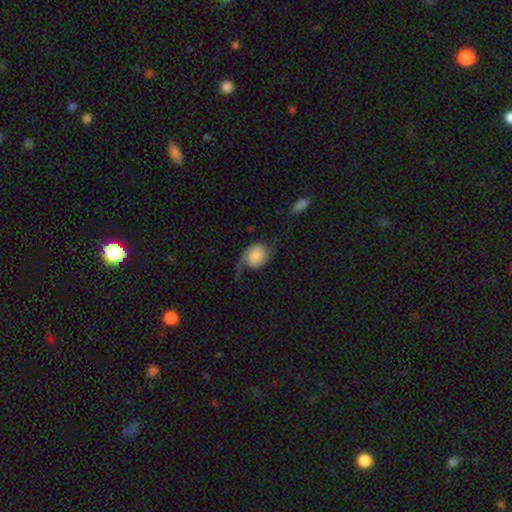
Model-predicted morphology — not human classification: type=featured or disk (48%); merging=major disturbance (38%).